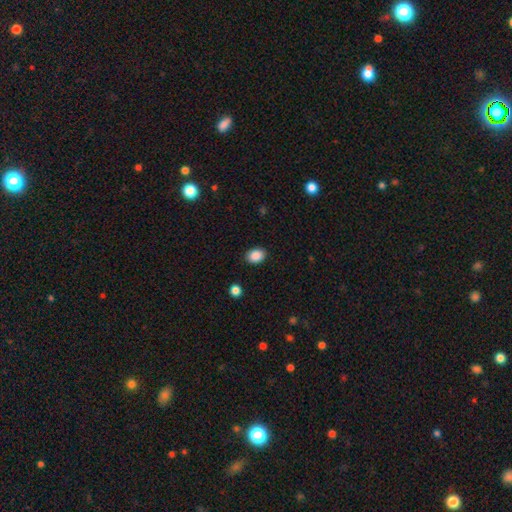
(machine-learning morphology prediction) A smooth galaxy with no disk features (88%) that is in between round and cigar-shaped (70%). Merging: none (88%).